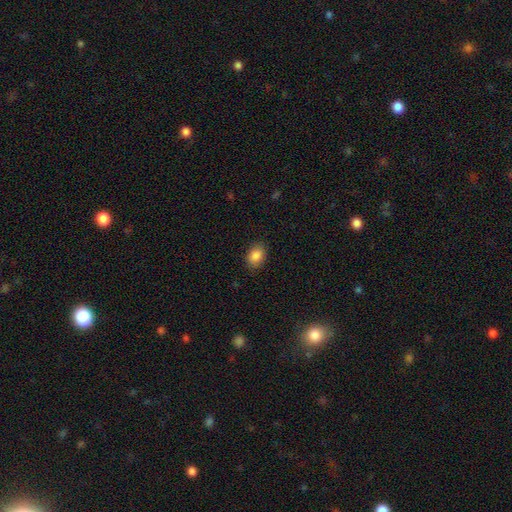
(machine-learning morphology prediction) The model was most divided on "how rounded": in between: 71%, round: 28%, cigar-shaped: 1%. More confident: smooth or featured — smooth (88%); merging — none (86%).